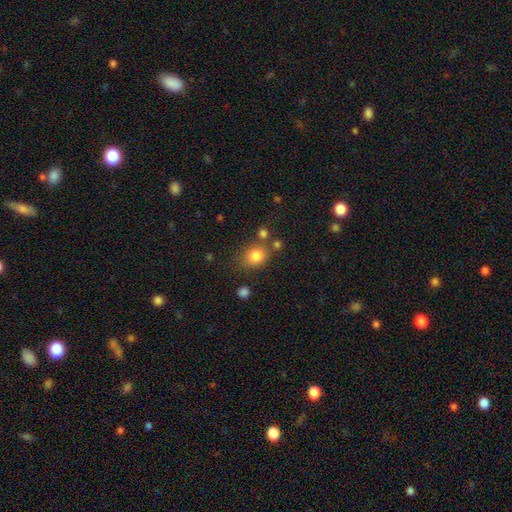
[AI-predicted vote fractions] Smooth or featured?
  - smooth: 81% *
  - star or artifact: 12%
  - featured or disk: 7%
How rounded?
  - round: 63% *
  - in between: 36%
  - cigar-shaped: 1%
Merging?
  - none: 71% *
  - minor disturbance: 14%
  - merger: 10%
  - major disturbance: 5%